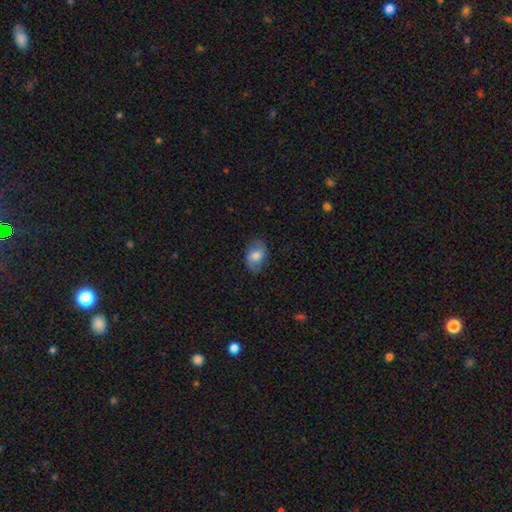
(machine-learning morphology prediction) Smooth or featured: smooth — 65% (featured or disk — 28%)
How rounded: in between — 82% (round — 17%)
Merging: none — 76% (minor disturbance — 18%)